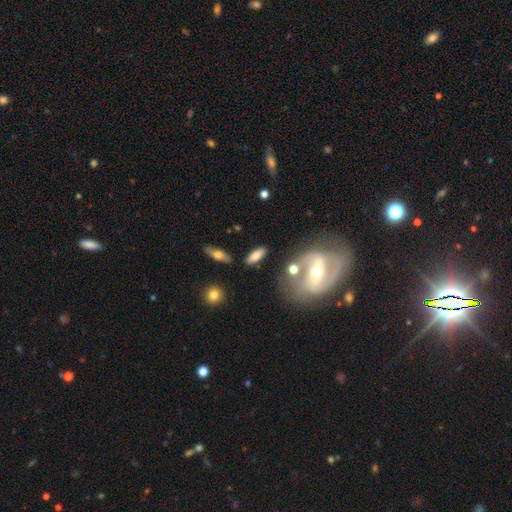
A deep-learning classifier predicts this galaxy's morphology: This is likely a smooth galaxy (62%). How rounded: likely in between (62%). Merging: likely none (76%).